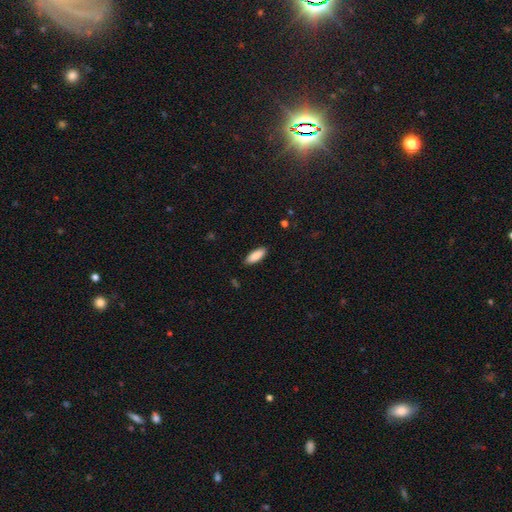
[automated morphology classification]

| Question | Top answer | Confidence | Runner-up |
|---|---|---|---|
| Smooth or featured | smooth | 89% | star or artifact (6%) |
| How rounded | in between | 73% | cigar-shaped (25%) |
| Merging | none | 88% | minor disturbance (9%) |